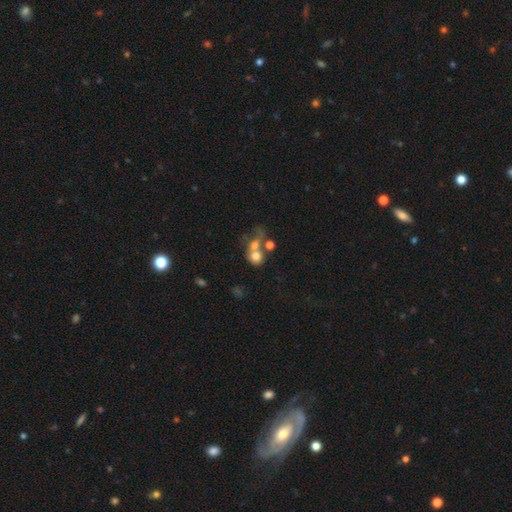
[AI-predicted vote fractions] smooth-or-featured: smooth: 65% | featured or disk: 22% | star or artifact: 13%
  how-rounded: round: 69% | in between: 30% | cigar-shaped: 1%
  merging: merger: 58% | none: 23% | major disturbance: 11% | minor disturbance: 8%